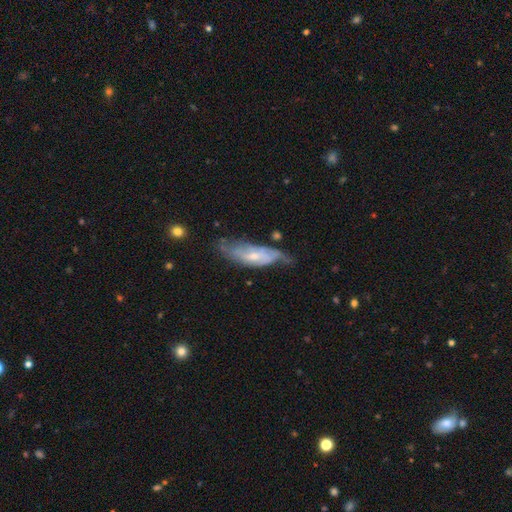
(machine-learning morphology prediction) Smooth or featured? Predicted: featured or disk (p=0.66). Edge-on disk? Predicted: no (p=0.78). Bar? Predicted: no (p=0.55). Spiral arms? Predicted: yes (p=0.78). Bulge size? Predicted: small (p=0.55). Merging? Predicted: none (p=0.46).